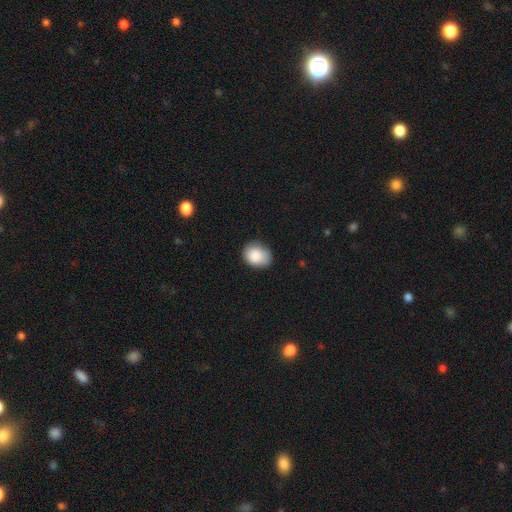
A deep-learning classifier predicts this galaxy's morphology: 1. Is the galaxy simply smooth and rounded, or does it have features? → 86% smooth, 8% star or artifact, 6% featured or disk.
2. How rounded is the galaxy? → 51% round, 48% in between, 1% cigar-shaped.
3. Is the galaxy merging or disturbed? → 72% none, 22% minor disturbance, 4% major disturbance, 1% merger.